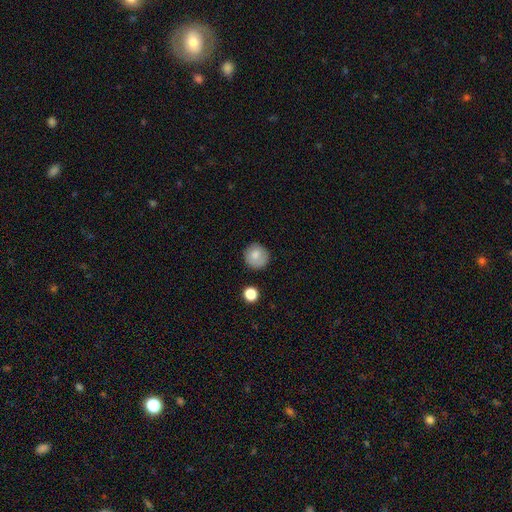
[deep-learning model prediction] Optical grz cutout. It shows a smooth galaxy with no disk features (81%) that is round (93%). Merging: none (82%).